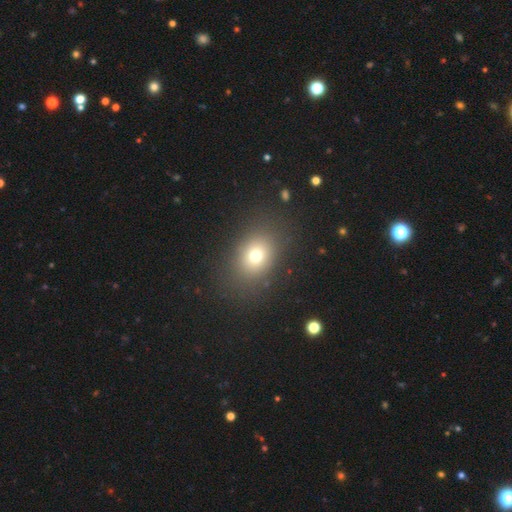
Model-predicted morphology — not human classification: smooth 72%, star or artifact 16%, featured or disk 12%. Down the decision tree: how rounded — in between (52%); merging — none (83%).